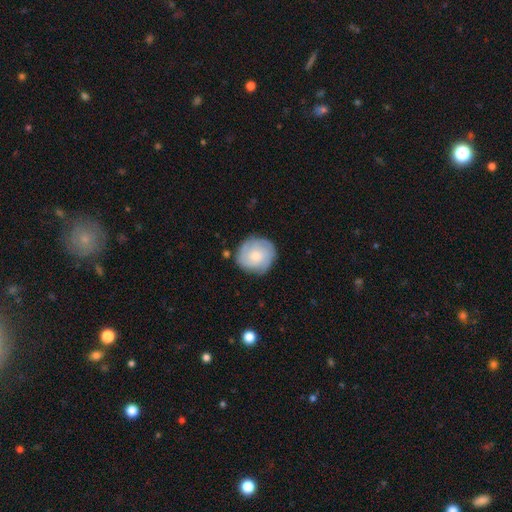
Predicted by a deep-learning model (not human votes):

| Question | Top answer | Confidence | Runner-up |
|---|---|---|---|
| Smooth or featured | featured or disk | 55% | smooth (38%) |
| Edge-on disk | no | 98% | yes (2%) |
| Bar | no | 79% | weak (19%) |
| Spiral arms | yes | 86% | no (14%) |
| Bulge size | moderate | 47% | small (44%) |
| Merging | none | 79% | minor disturbance (15%) |